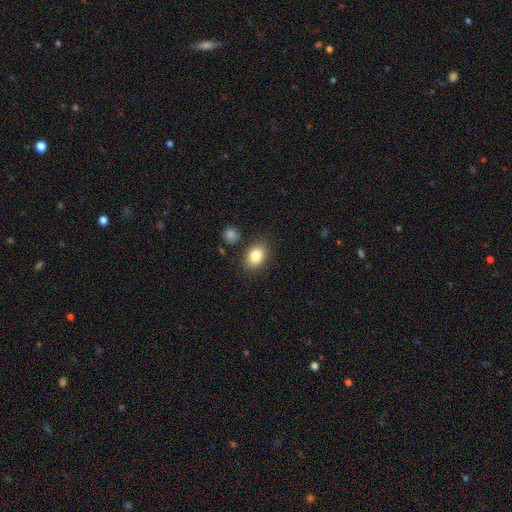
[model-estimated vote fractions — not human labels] This appears to be a smooth galaxy with no disk features (84%) that is in between round and cigar-shaped (73%). Merging: none (83%).